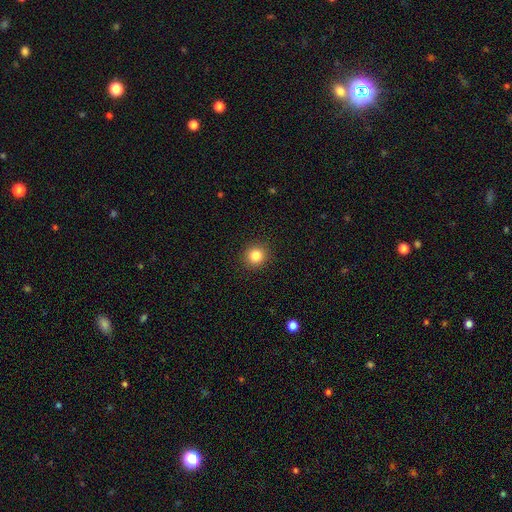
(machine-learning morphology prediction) The model was most divided on "smooth or featured": smooth: 84%, star or artifact: 11%, featured or disk: 5%. More confident: merging — none (92%); how rounded — round (92%).